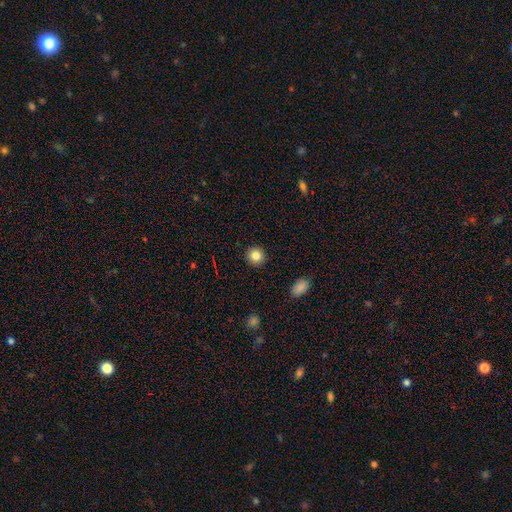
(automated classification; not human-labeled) A smooth galaxy with no disk features (83%) that is round (91%).

Vote fractions:
- Smooth or featured? smooth: 83% / star or artifact: 11% / featured or disk: 6%
- How rounded? round: 91% / in between: 8% / cigar-shaped: 1%
- Merging? none: 92% / minor disturbance: 5% / major disturbance: 2% / merger: 1%